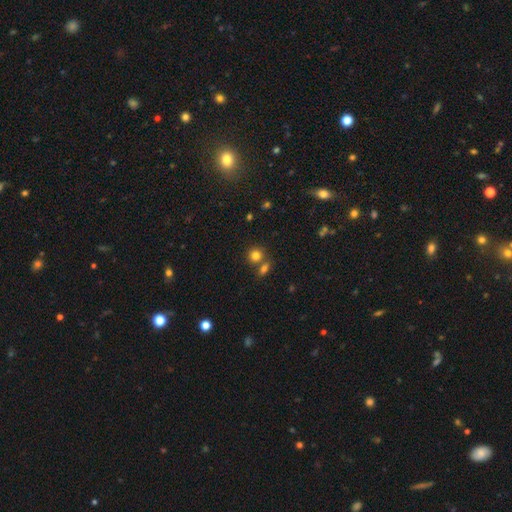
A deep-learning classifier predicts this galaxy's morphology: type=smooth (80%); roundness=round (82%); merging=none (59%).